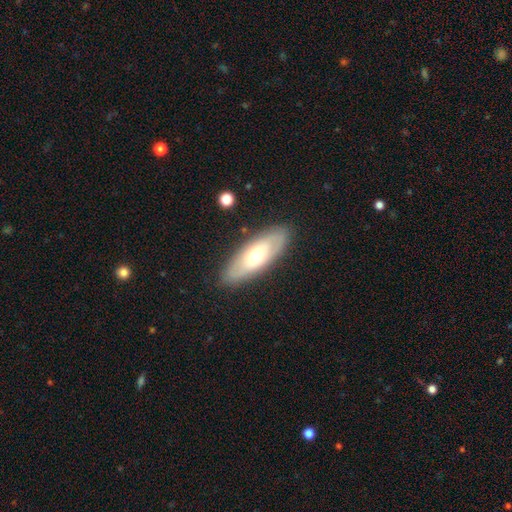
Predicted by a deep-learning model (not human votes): Morphology: type=smooth (49%); merging=none (86%).